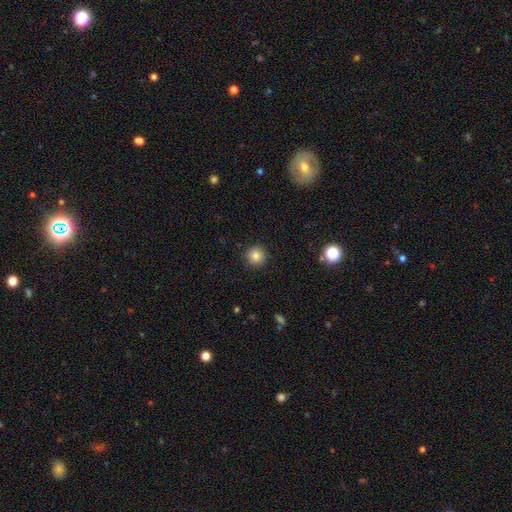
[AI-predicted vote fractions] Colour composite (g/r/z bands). It shows a smooth galaxy with no disk features (83%) that is round (95%). Merging: none (91%).